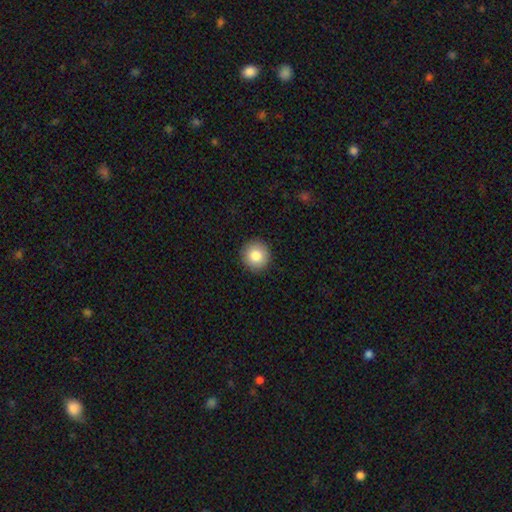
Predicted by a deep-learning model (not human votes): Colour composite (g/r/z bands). It shows a smooth galaxy with no disk features (83%) that is round (93%). Merging: none (92%).